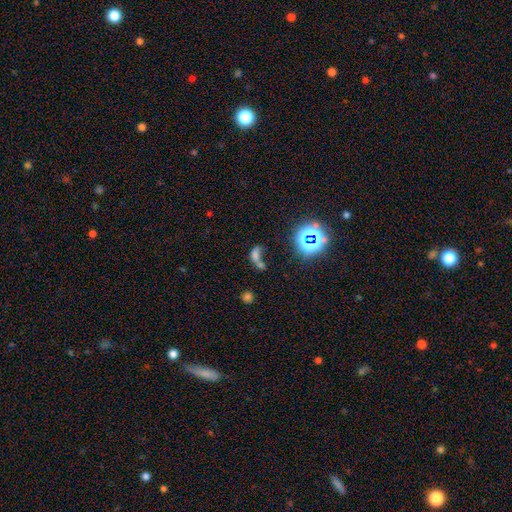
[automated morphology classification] The model was most divided on "smooth or featured": smooth: 51%, star or artifact: 31%, featured or disk: 18%. Remaining: how rounded — in between (70%); merging — merger (49%).